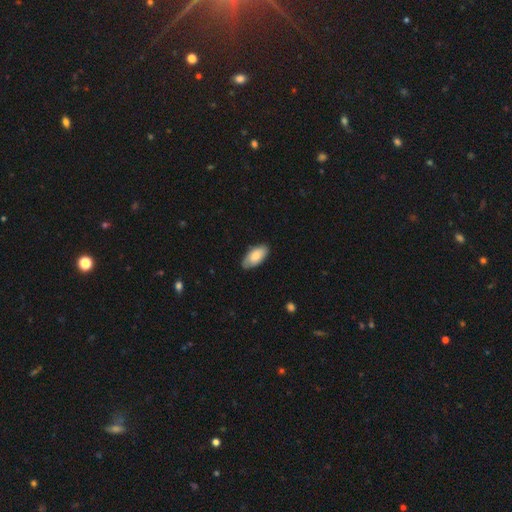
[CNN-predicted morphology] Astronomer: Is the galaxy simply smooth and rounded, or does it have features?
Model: smooth — 80%.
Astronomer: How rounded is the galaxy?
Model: in between — 93%.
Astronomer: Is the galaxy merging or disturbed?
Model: none — 84%.